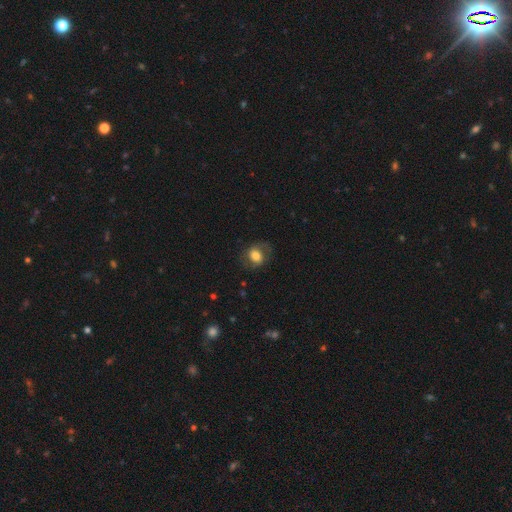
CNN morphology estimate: smooth 61%, featured or disk 30%, star or artifact 8%. Down the decision tree: how rounded — in between (50%); merging — none (69%).